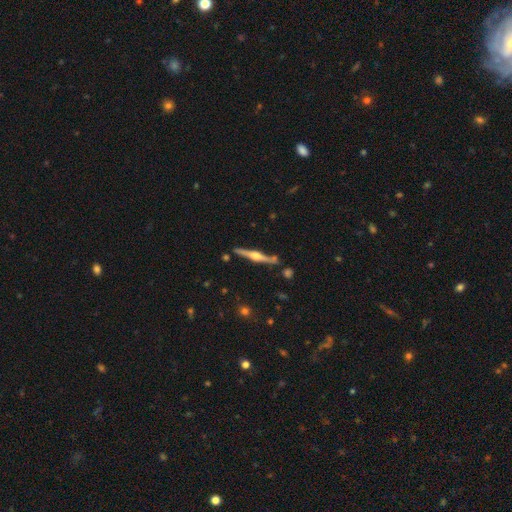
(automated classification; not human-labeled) Overall: featured or disk (79%). Edge-on disk: yes (98%). Edge-on bulge: rounded (91%). Merging: none (84%).